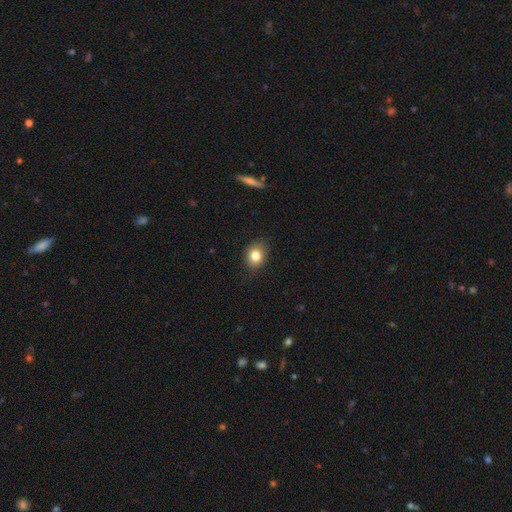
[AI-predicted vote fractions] Smooth or featured? smooth (81%)
How rounded? round (50%)
Merging? none (81%)